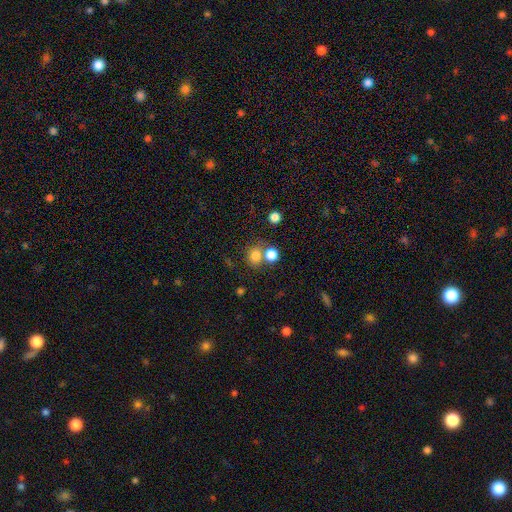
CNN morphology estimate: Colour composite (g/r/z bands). It shows a smooth galaxy with no disk features (78%) that is round (75%). Merging: none (55%).